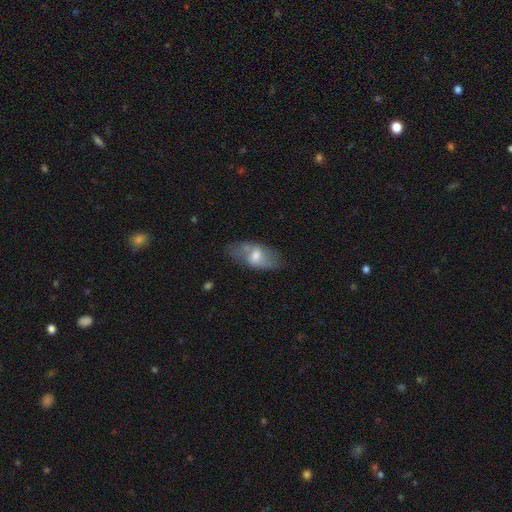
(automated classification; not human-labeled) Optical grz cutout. It shows a smooth galaxy with no disk features (53%) that is in between round and cigar-shaped (87%). Merging: none (63%).